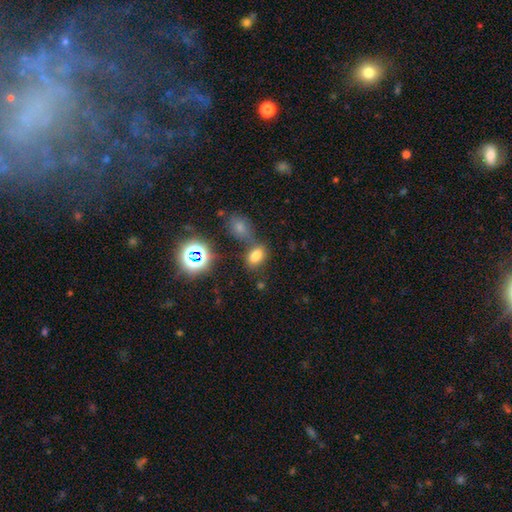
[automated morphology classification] smooth-or-featured: smooth: 70% | star or artifact: 21% | featured or disk: 9%
  how-rounded: in between: 82% | round: 16% | cigar-shaped: 2%
  merging: none: 58% | merger: 23% | minor disturbance: 13% | major disturbance: 5%